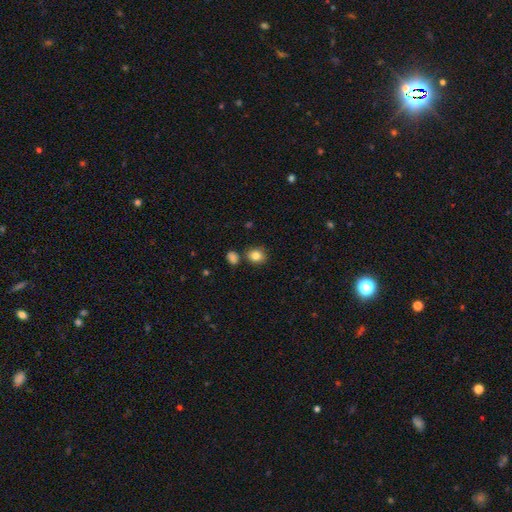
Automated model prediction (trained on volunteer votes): Smooth or featured?
  - smooth: 83% *
  - star or artifact: 10%
  - featured or disk: 6%
How rounded?
  - round: 76% *
  - in between: 23%
  - cigar-shaped: 1%
Merging?
  - none: 79% *
  - minor disturbance: 11%
  - merger: 8%
  - major disturbance: 3%